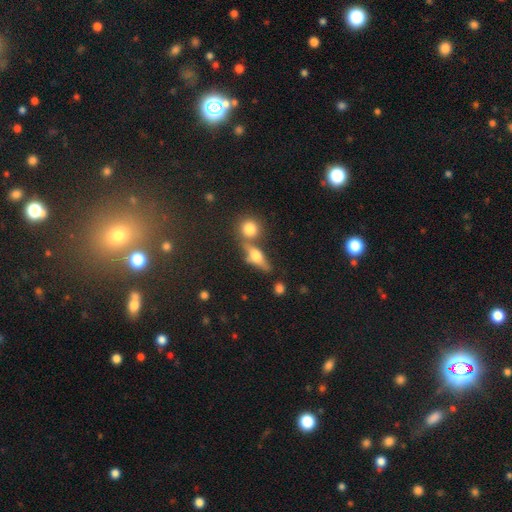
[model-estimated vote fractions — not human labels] Smooth or featured? featured or disk (45%)
Merging? none (55%)